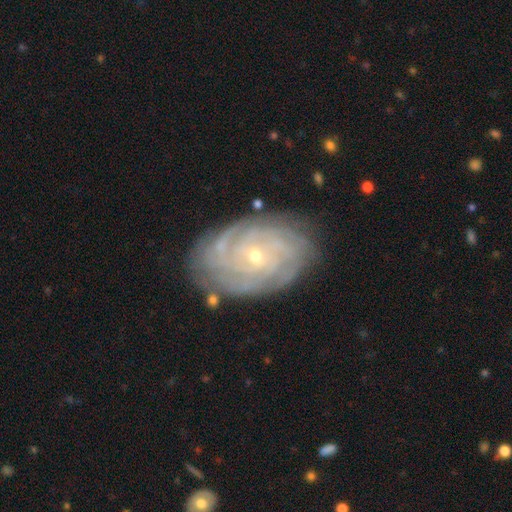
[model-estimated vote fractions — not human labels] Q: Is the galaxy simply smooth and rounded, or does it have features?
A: featured or disk — 88%.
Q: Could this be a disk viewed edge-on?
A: no — 97%.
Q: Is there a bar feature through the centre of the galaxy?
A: no — 65%.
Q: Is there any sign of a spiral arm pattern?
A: yes — 97%.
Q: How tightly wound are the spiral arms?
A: tight — 82%.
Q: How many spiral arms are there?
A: can't tell — 28%.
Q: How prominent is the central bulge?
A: small — 70%.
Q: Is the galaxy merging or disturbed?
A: none — 80%.